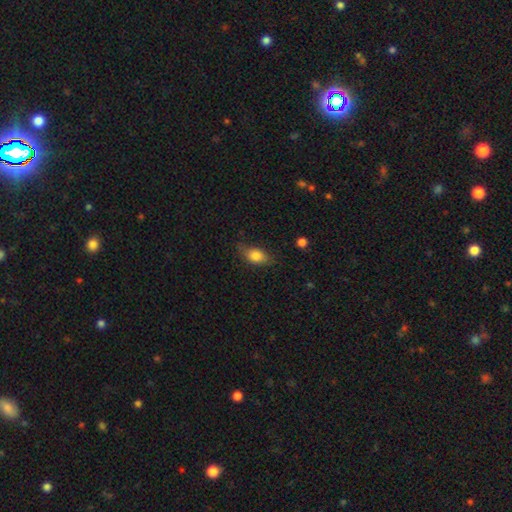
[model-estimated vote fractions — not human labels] Smooth or featured? smooth (80%)
How rounded? in between (81%)
Merging? none (67%)